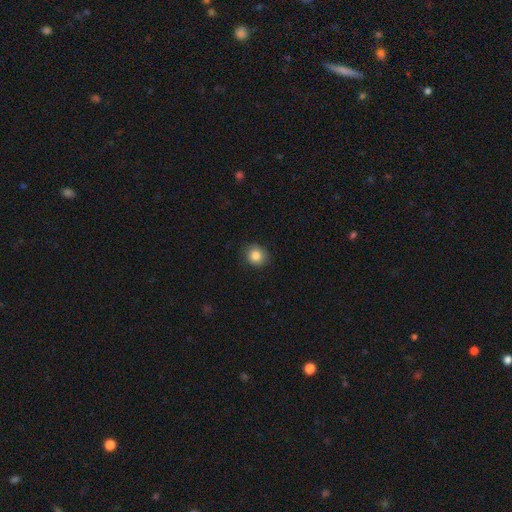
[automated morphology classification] smooth-or-featured: smooth: 84% | star or artifact: 9% | featured or disk: 6%
  how-rounded: round: 80% | in between: 19% | cigar-shaped: 1%
  merging: none: 86% | minor disturbance: 11% | major disturbance: 2% | merger: 1%